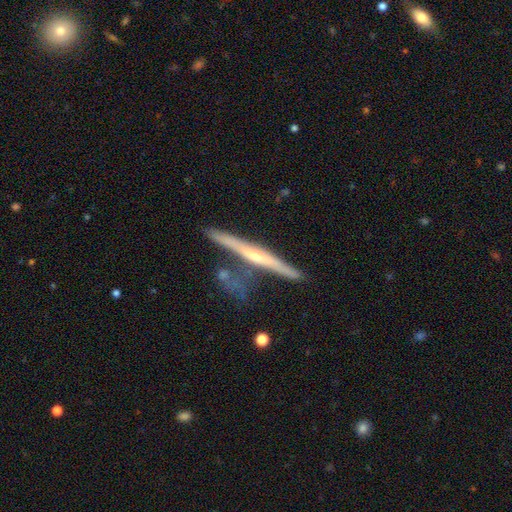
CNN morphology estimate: smooth-or-featured: featured or disk: 77% | smooth: 17% | star or artifact: 6%
  disk-edge-on: yes: 98% | no: 2%
    edge-on-bulge: rounded: 69% | none: 23% | boxy: 8%
  merging: none: 75% | minor disturbance: 11% | merger: 11% | major disturbance: 3%